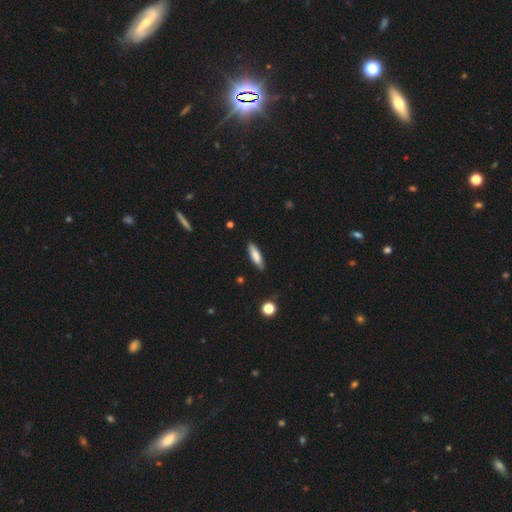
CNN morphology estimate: The model was most divided on "how rounded": cigar-shaped: 61%, in between: 38%, round: 2%. More confident: merging — none (85%); smooth or featured — smooth (79%).